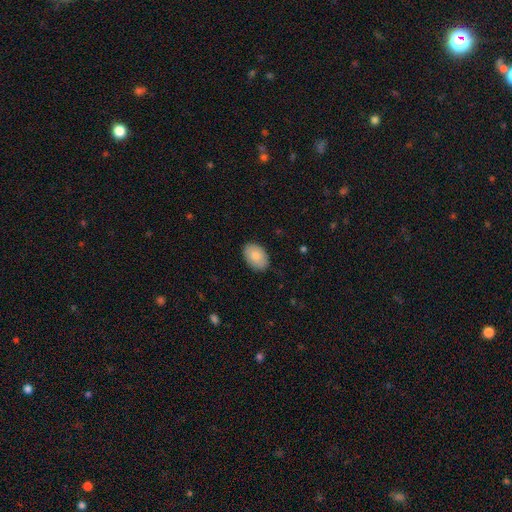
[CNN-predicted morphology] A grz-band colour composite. It shows a smooth galaxy with no disk features (85%) that is in between round and cigar-shaped (88%). Merging: none (87%).